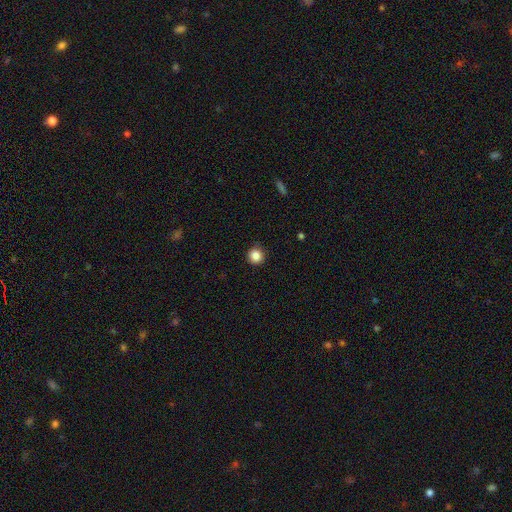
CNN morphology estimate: A smooth galaxy with no disk features (85%) that is round (95%). Merging: none (90%).